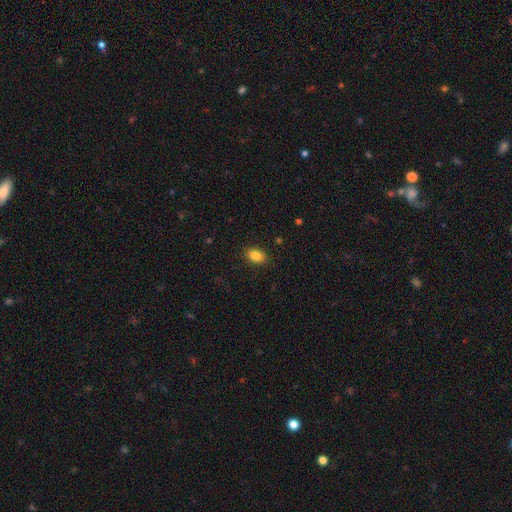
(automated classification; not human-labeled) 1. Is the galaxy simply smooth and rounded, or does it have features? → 86% smooth, 9% star or artifact, 5% featured or disk.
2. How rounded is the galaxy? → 86% in between, 12% round, 2% cigar-shaped.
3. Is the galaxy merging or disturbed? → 89% none, 8% minor disturbance, 2% major disturbance, 1% merger.